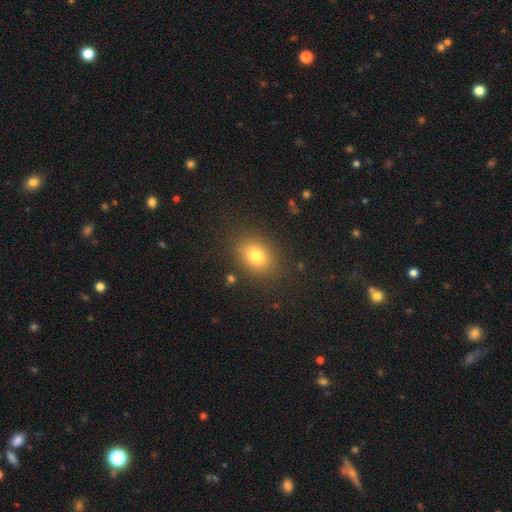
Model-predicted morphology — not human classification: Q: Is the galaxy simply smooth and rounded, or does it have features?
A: smooth — 78%.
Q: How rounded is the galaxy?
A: in between — 62%.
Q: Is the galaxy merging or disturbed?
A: none — 84%.